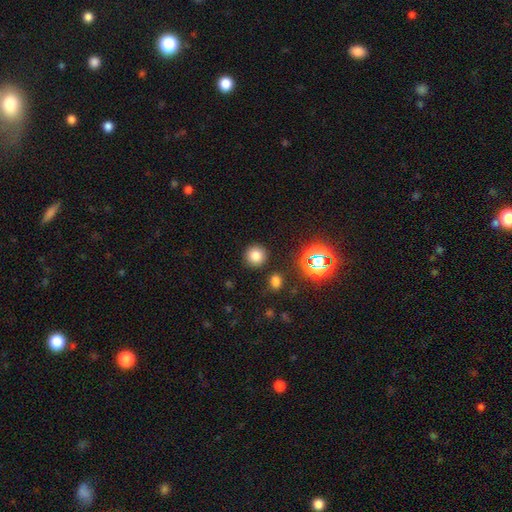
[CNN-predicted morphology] Smooth or featured: smooth — 76% (star or artifact — 18%)
How rounded: round — 93% (in between — 6%)
Merging: none — 88% (minor disturbance — 6%)